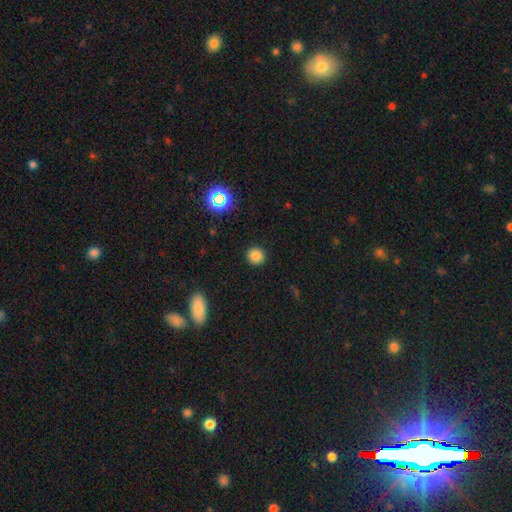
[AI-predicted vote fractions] smooth 82%, star or artifact 14%, featured or disk 4%. Down the decision tree: how rounded — round (93%); merging — none (91%).